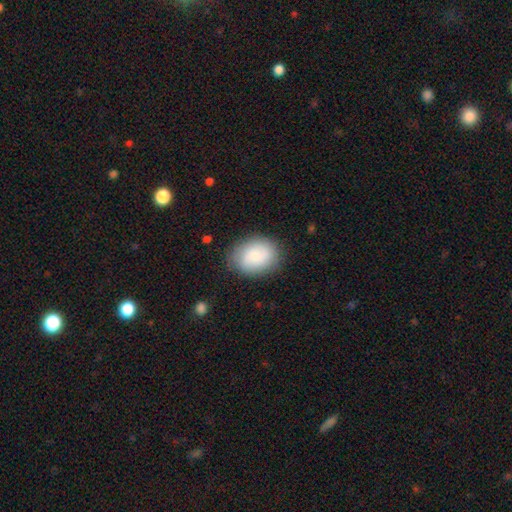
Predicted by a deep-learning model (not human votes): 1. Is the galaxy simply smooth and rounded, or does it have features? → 72% smooth, 21% featured or disk, 7% star or artifact.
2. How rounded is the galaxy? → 58% in between, 41% round, 1% cigar-shaped.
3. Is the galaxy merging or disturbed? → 80% none, 14% minor disturbance, 4% major disturbance, 2% merger.